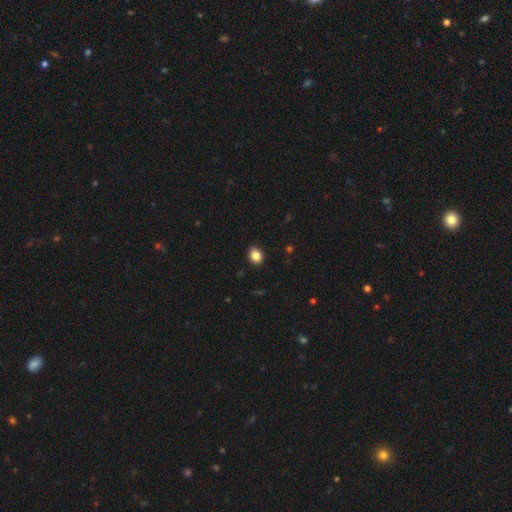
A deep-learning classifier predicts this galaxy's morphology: smooth_or_featured: smooth (p=0.86) [alt: star or artifact p=0.10]
how_rounded: in between (p=0.55) [alt: round p=0.44]
merging: none (p=0.89) [alt: minor disturbance p=0.09]